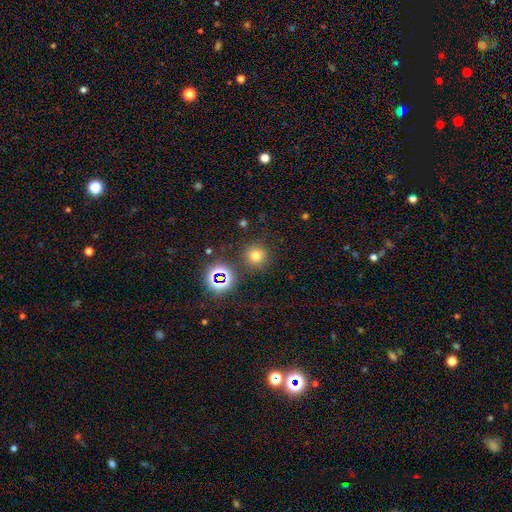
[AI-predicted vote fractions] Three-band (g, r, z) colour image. It shows a smooth galaxy with no disk features (69%) that is round (94%). Merging: none (86%).